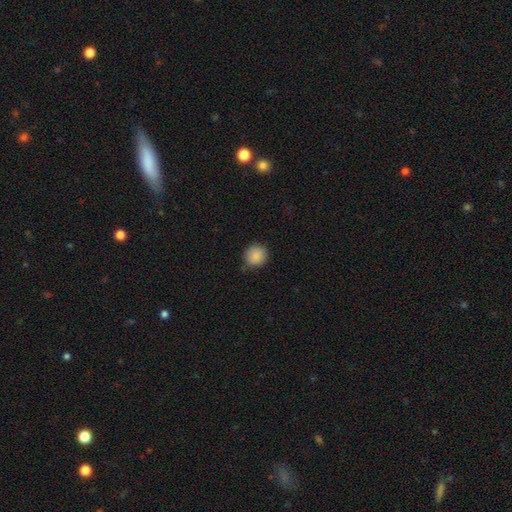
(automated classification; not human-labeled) A smooth galaxy with no disk features (88%) that is round (91%).

Vote fractions:
- Smooth or featured? smooth: 88% / star or artifact: 8% / featured or disk: 4%
- How rounded? round: 91% / in between: 8% / cigar-shaped: 1%
- Merging? none: 83% / minor disturbance: 13% / major disturbance: 2% / merger: 1%